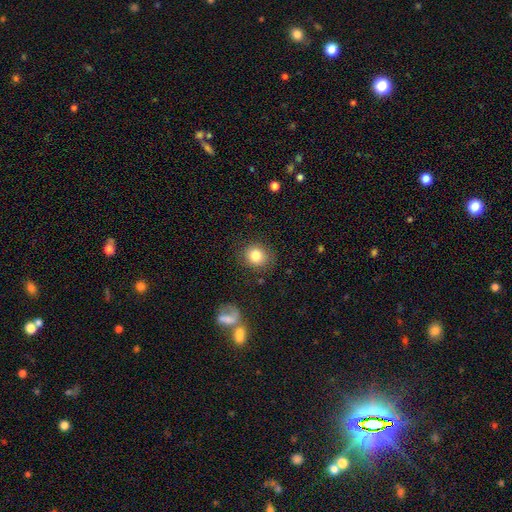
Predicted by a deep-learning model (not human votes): The model was most divided on "how rounded": round: 80%, in between: 19%, cigar-shaped: 1%. More confident: merging — none (84%); smooth or featured — smooth (82%).